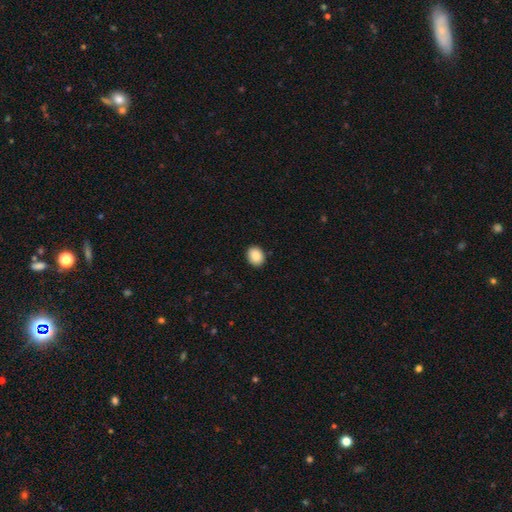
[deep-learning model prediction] Smooth or featured? smooth (89%)
How rounded? round (55%)
Merging? none (90%)